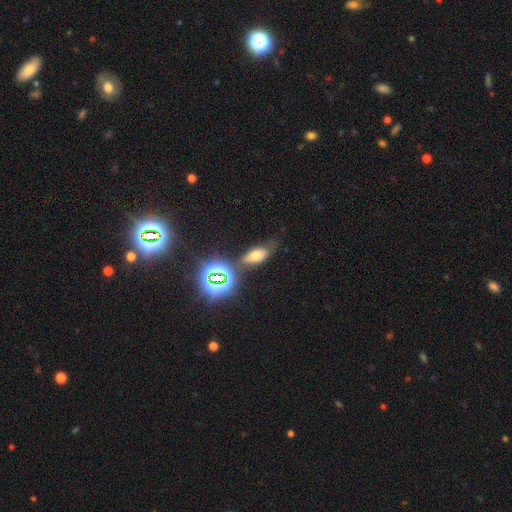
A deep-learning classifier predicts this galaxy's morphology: Smooth or featured? smooth (55%)
How rounded? in between (84%)
Merging? none (63%)